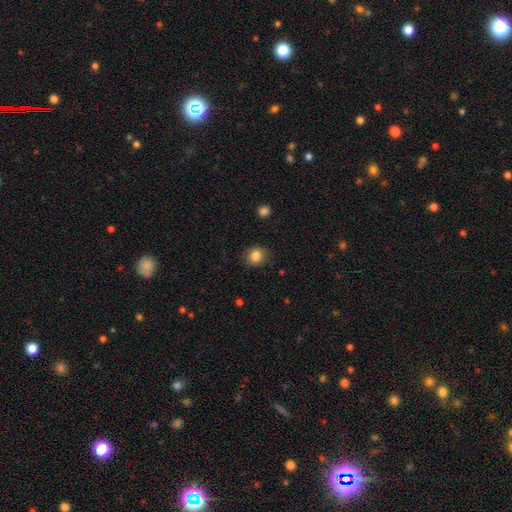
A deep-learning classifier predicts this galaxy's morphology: A smooth galaxy with no disk features (85%) that is round (77%).

Vote fractions:
- Smooth or featured? smooth: 85% / star or artifact: 10% / featured or disk: 5%
- How rounded? round: 77% / in between: 22% / cigar-shaped: 1%
- Merging? none: 83% / minor disturbance: 13% / major disturbance: 3% / merger: 1%